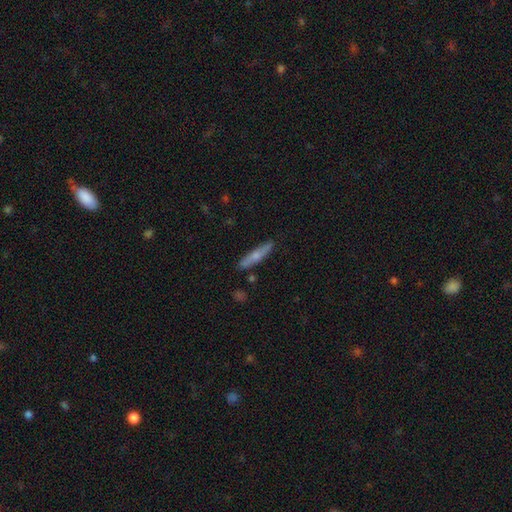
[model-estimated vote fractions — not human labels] Q: Smooth or featured?
A: smooth (57%); runner-up: featured or disk (37%)
Q: How rounded?
A: cigar-shaped (88%); runner-up: in between (10%)
Q: Merging?
A: none (86%); runner-up: minor disturbance (10%)